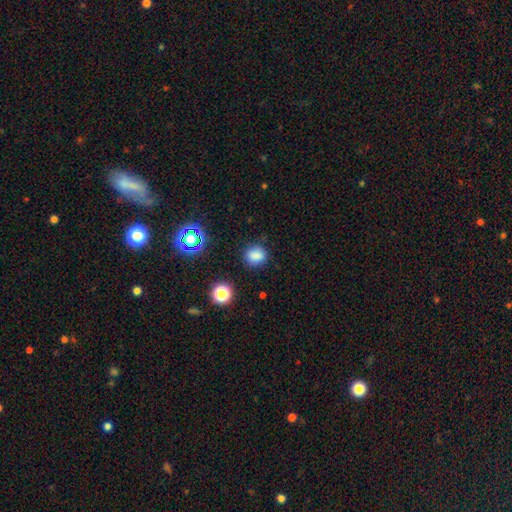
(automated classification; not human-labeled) The model was most divided on "how rounded": round: 67%, in between: 32%, cigar-shaped: 1%. More confident: merging — none (82%); smooth or featured — smooth (81%).